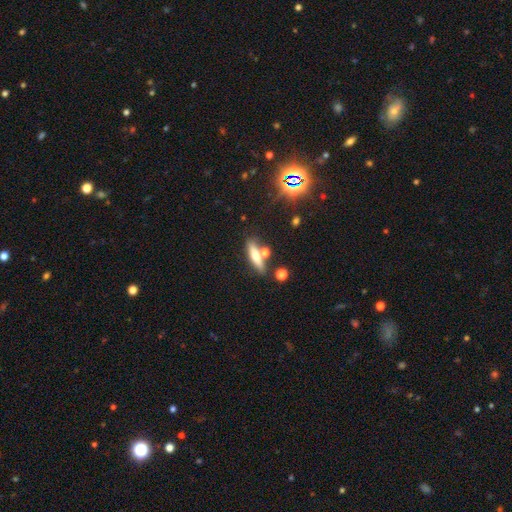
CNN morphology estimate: smooth 53%, featured or disk 35%, star or artifact 11%. Down the decision tree: how rounded — cigar-shaped (66%); merging — none (63%).